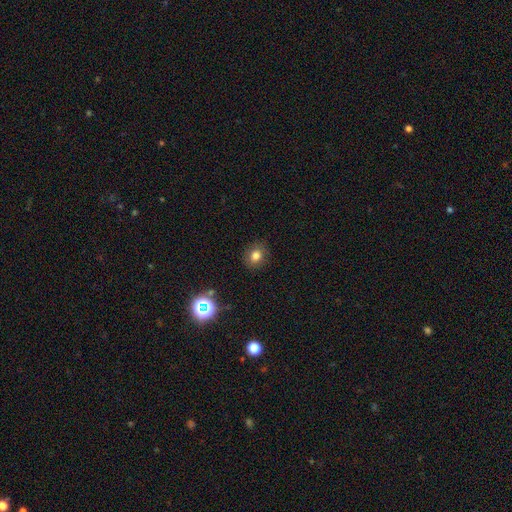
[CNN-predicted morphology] A smooth galaxy with no disk features (77%) that is round (65%).

Vote fractions:
- Smooth or featured? smooth: 77% / star or artifact: 15% / featured or disk: 8%
- How rounded? round: 65% / in between: 34% / cigar-shaped: 1%
- Merging? none: 86% / minor disturbance: 10% / major disturbance: 3% / merger: 1%